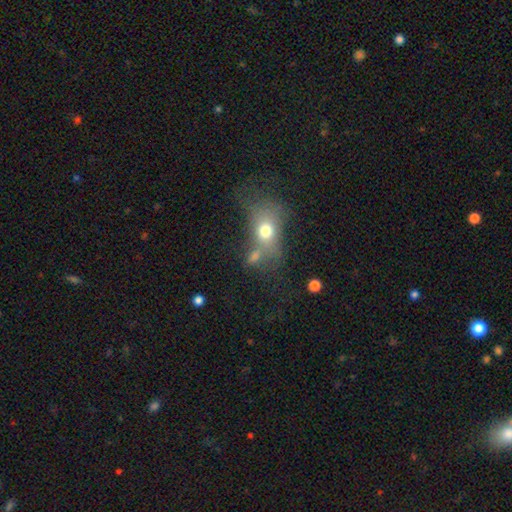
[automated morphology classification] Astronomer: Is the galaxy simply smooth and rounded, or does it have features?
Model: smooth — 64%.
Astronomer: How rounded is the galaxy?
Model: in between — 57% (runner-up: round, 40%).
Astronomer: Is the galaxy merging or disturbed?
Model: merger — 32% (runner-up: none, 29%).